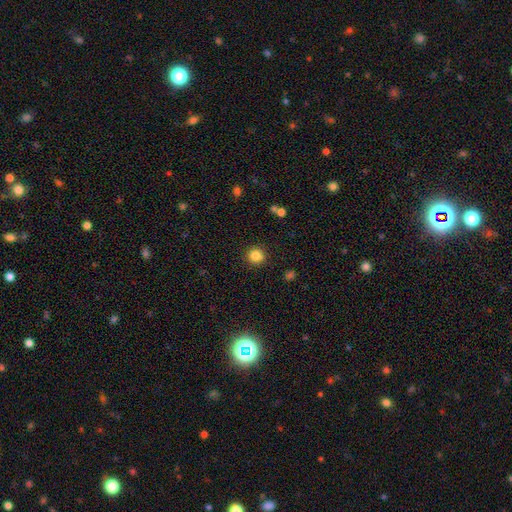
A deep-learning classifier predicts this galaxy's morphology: This appears to be a smooth galaxy with no disk features (84%) that is round (90%). Merging: none (89%).